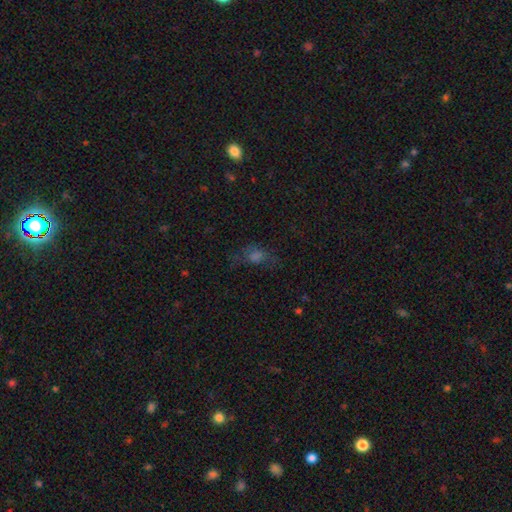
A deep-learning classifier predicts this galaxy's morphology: Smooth or featured? smooth (47%)
Merging? none (53%)